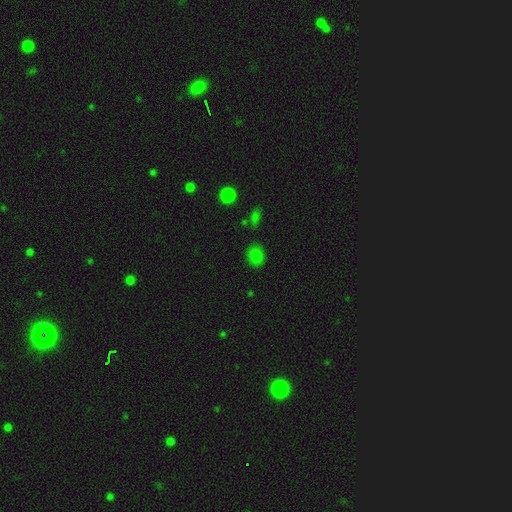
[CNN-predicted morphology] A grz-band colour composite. It shows a smooth galaxy with no disk features (75%) that is round (66%). Merging: none (80%).